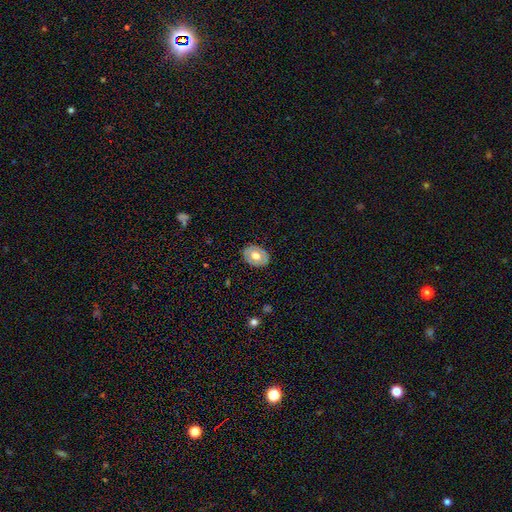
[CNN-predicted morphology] Smooth or featured: smooth — 52% (featured or disk — 41%)
How rounded: in between — 67% (round — 32%)
Merging: none — 84% (minor disturbance — 13%)